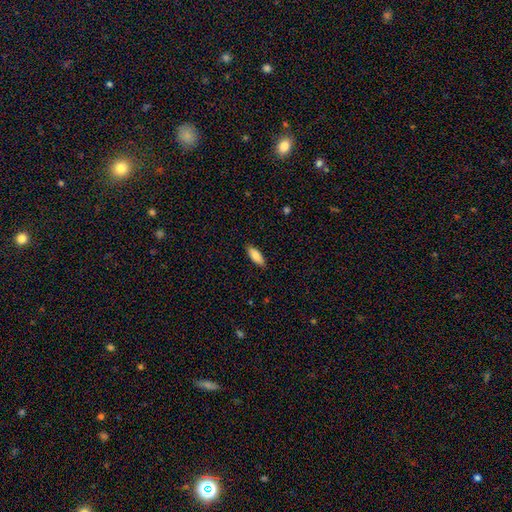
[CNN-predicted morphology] A smooth galaxy with no disk features (83%) that is in between round and cigar-shaped (65%).

Vote fractions:
- Smooth or featured? smooth: 83% / featured or disk: 11% / star or artifact: 6%
- How rounded? in between: 65% / cigar-shaped: 33% / round: 2%
- Merging? none: 87% / minor disturbance: 10% / major disturbance: 2% / merger: 1%